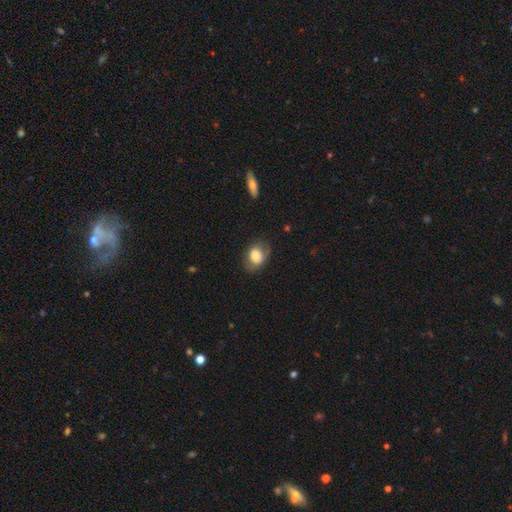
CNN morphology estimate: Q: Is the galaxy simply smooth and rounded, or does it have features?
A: smooth — 74%.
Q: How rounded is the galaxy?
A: in between — 55%.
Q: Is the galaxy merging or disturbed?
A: none — 68%.